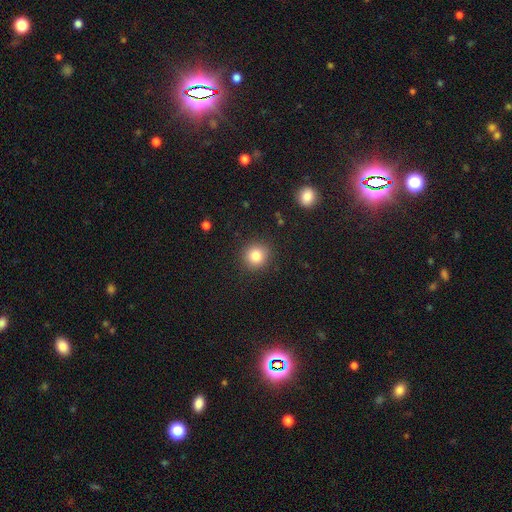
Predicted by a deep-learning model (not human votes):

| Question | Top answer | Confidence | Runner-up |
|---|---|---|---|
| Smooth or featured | smooth | 82% | star or artifact (11%) |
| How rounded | round | 90% | in between (9%) |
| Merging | none | 90% | minor disturbance (6%) |